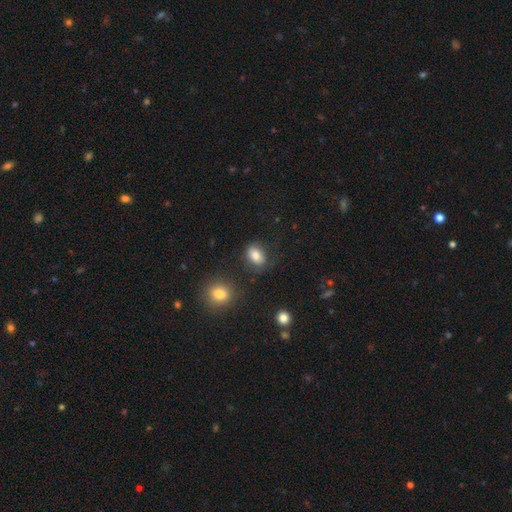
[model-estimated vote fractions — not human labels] smooth 82%, star or artifact 10%, featured or disk 8%. Down the decision tree: how rounded — in between (78%); merging — none (73%).